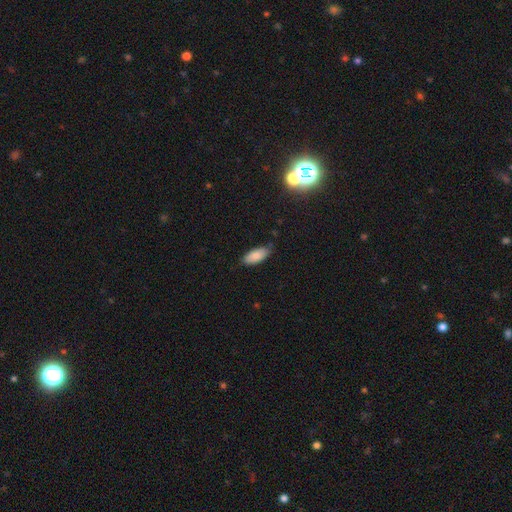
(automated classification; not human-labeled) Smooth or featured: smooth — 85% (featured or disk — 8%)
How rounded: in between — 87% (cigar-shaped — 11%)
Merging: none — 78% (minor disturbance — 18%)